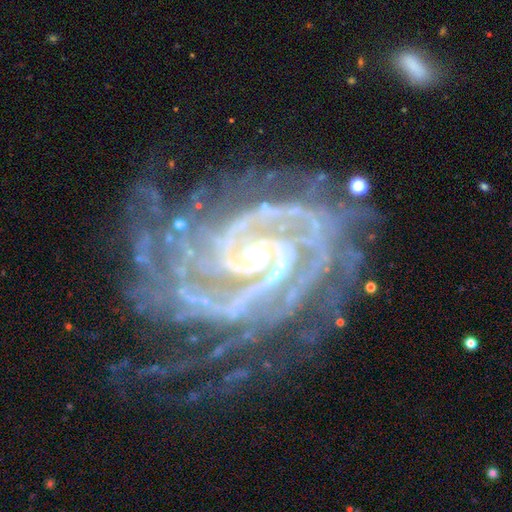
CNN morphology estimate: Smooth or featured: featured or disk — 93% (star or artifact — 5%)
Edge-on disk: no — 98% (yes — 2%)
Bar: no — 41% (weak — 36%)
Spiral arms: yes — 99% (no — 1%)
Spiral winding: tight — 73% (medium — 23%)
Spiral arm count: 2 — 32% (3 — 19%)
Bulge size: small — 62% (moderate — 34%)
Merging: none — 61% (minor disturbance — 22%)